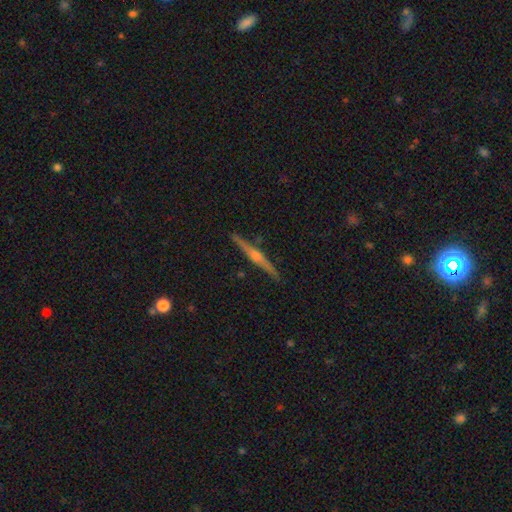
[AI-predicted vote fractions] Morphology: type=featured or disk (83%); edge-on=yes (98%); edge-on bulge=rounded (86%); merging=none (92%).